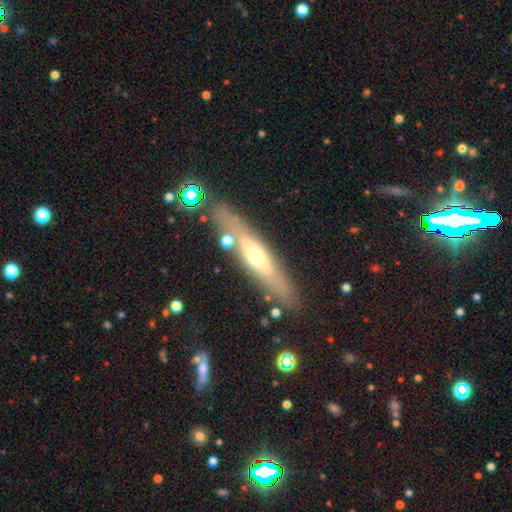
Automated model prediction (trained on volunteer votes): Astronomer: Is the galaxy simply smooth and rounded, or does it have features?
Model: featured or disk — 57% (runner-up: smooth, 35%).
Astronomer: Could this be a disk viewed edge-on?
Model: yes — 75%.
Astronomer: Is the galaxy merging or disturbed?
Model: none — 80%.